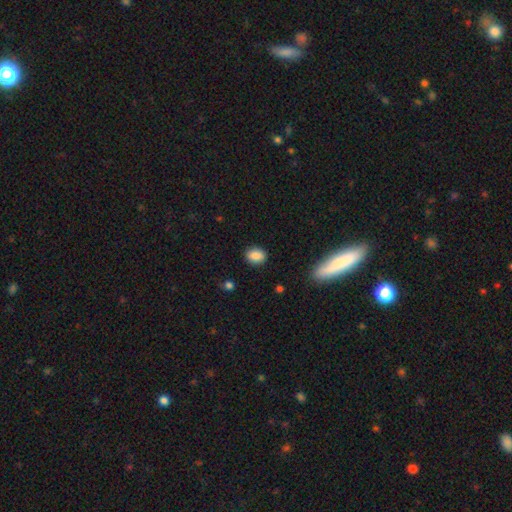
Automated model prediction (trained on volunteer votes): A smooth galaxy with no disk features (87%) that is in between round and cigar-shaped (57%).

Vote fractions:
- Smooth or featured? smooth: 87% / star or artifact: 9% / featured or disk: 4%
- How rounded? in between: 57% / round: 42% / cigar-shaped: 1%
- Merging? none: 88% / minor disturbance: 8% / major disturbance: 2% / merger: 1%